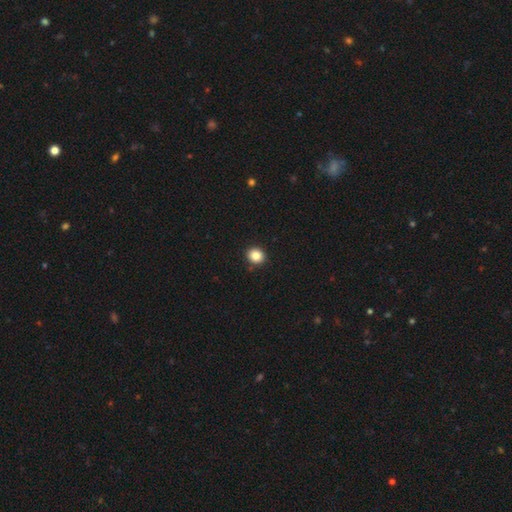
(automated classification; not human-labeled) A smooth galaxy with no disk features (86%) that is round (82%).

Vote fractions:
- Smooth or featured? smooth: 86% / star or artifact: 10% / featured or disk: 4%
- How rounded? round: 82% / in between: 17% / cigar-shaped: 1%
- Merging? none: 91% / minor disturbance: 6% / major disturbance: 2% / merger: 1%